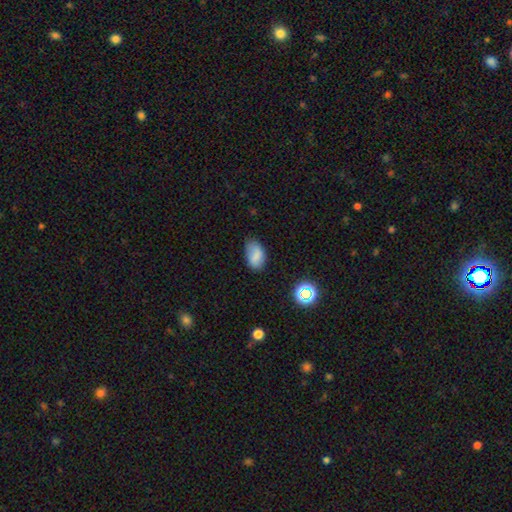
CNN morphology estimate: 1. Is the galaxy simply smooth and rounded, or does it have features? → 78% smooth, 12% star or artifact, 11% featured or disk.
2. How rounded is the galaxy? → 90% in between, 9% round, 1% cigar-shaped.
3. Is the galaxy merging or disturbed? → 64% none, 28% minor disturbance, 6% major disturbance, 2% merger.